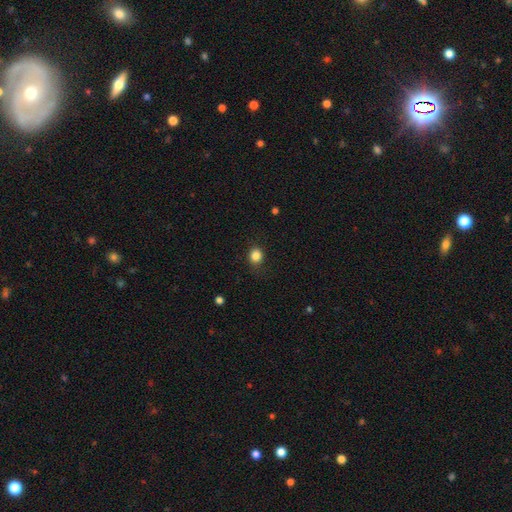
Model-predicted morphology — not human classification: Smooth or featured?
  - smooth: 85% *
  - star or artifact: 11%
  - featured or disk: 4%
How rounded?
  - round: 76% *
  - in between: 23%
  - cigar-shaped: 1%
Merging?
  - none: 85% *
  - minor disturbance: 11%
  - major disturbance: 3%
  - merger: 1%